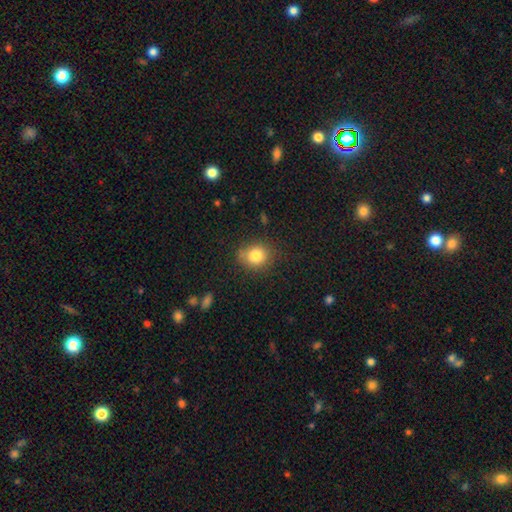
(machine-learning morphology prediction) The model was most divided on "how rounded": round: 73%, in between: 26%, cigar-shaped: 1%. More confident: smooth or featured — smooth (81%); merging — none (77%).